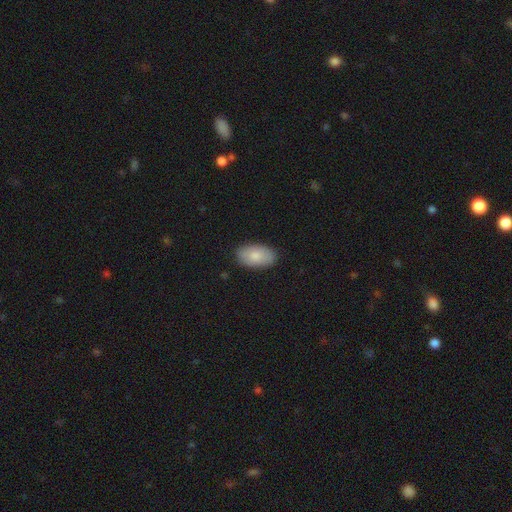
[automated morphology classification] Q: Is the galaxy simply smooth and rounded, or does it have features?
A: smooth — 84%.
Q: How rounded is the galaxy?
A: in between — 94%.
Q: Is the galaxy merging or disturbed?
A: none — 87%.